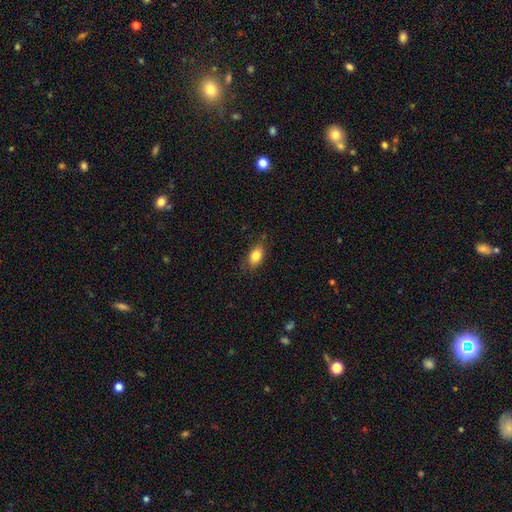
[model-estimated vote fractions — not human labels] This appears to be a smooth galaxy with no disk features (82%) that is in between round and cigar-shaped (85%). Merging: none (76%).